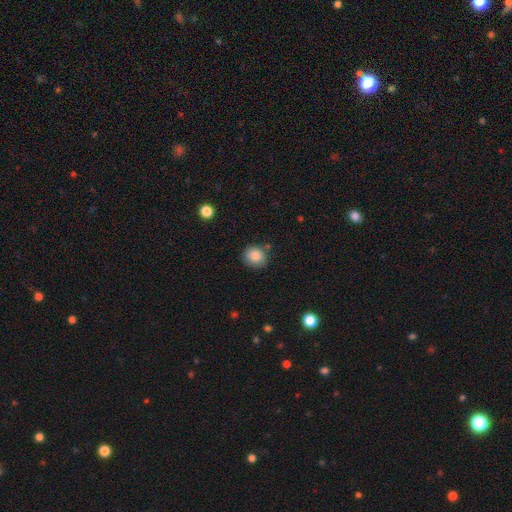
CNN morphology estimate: Smooth or featured? Predicted: smooth (p=0.86). How rounded? Predicted: round (p=0.79). Merging? Predicted: none (p=0.78).